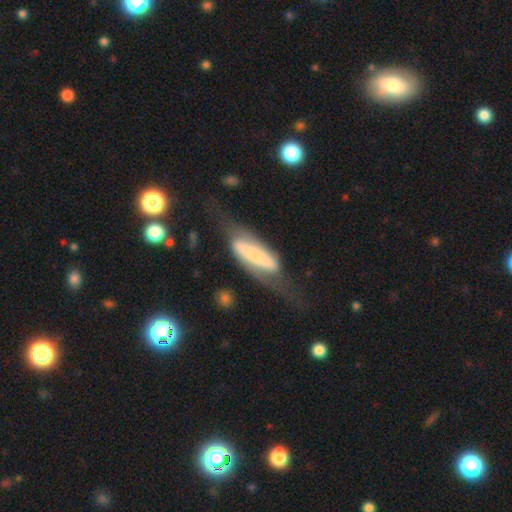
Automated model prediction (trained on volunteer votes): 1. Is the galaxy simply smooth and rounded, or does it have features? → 57% featured or disk, 36% smooth, 6% star or artifact.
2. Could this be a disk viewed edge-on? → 72% no, 28% yes.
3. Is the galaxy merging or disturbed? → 41% none, 33% major disturbance, 22% minor disturbance, 4% merger.